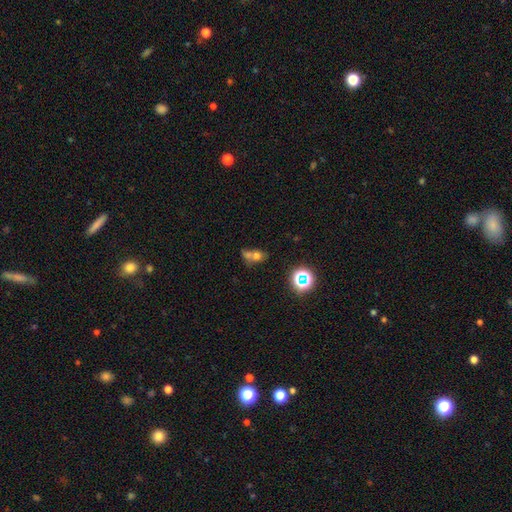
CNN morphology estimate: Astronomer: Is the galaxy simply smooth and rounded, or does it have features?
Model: smooth — 60%.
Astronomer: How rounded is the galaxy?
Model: round — 49% (runner-up: in between, 48%).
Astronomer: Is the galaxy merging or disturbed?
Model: merger — 53% (runner-up: none, 28%).